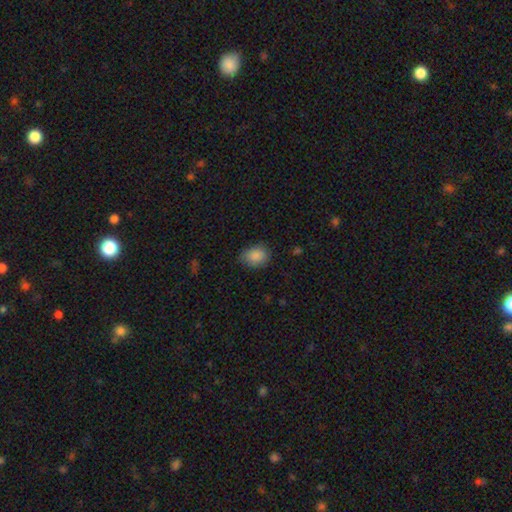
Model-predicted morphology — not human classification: Smooth or featured? Predicted: smooth (p=0.88). How rounded? Predicted: in between (p=0.63). Merging? Predicted: none (p=0.76).